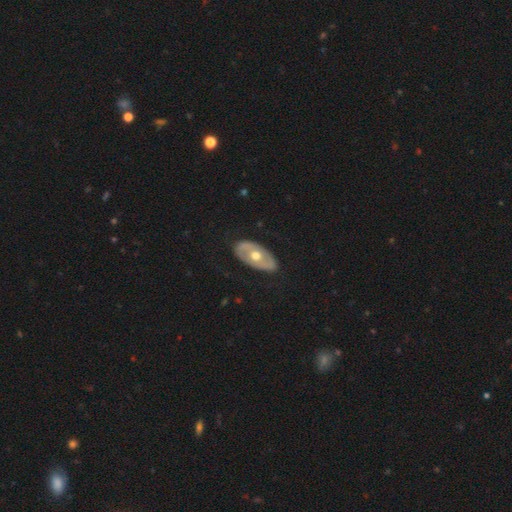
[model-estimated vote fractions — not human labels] Smooth or featured?
  - featured or disk: 58% *
  - smooth: 37%
  - star or artifact: 5%
Edge-on disk?
  - no: 87% *
  - yes: 13%
Bar?
  - no: 88% *
  - weak: 8%
  - strong: 4%
Spiral arms?
  - no: 82% *
  - yes: 18%
Bulge size?
  - moderate: 79% *
  - large: 10%
  - small: 9%
  - dominant: 1%
  - none: 1%
Merging?
  - none: 84% *
  - minor disturbance: 12%
  - major disturbance: 3%
  - merger: 1%